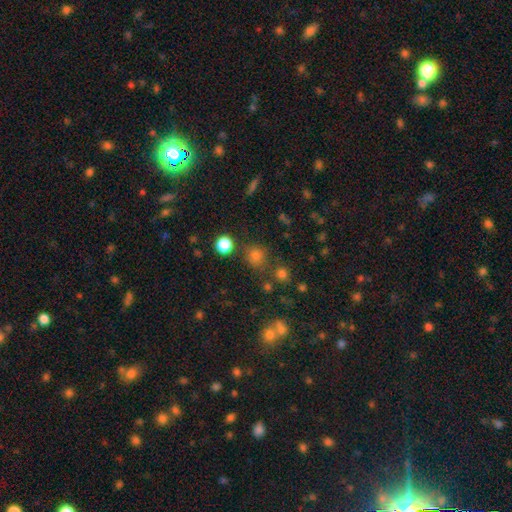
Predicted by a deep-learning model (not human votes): Smooth or featured? smooth (70%)
How rounded? round (90%)
Merging? none (80%)